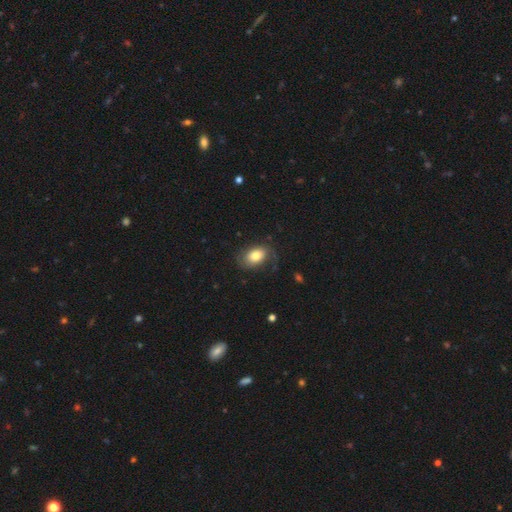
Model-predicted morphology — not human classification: This appears to be a smooth galaxy with no disk features (66%) that is in between round and cigar-shaped (84%). Merging: none (63%).